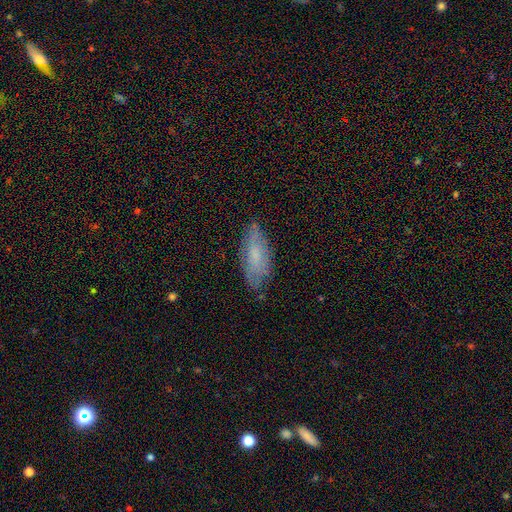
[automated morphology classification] The model was most divided on "smooth or featured": smooth: 59%, featured or disk: 32%, star or artifact: 8%. More confident: how rounded — in between (75%); merging — none (71%).